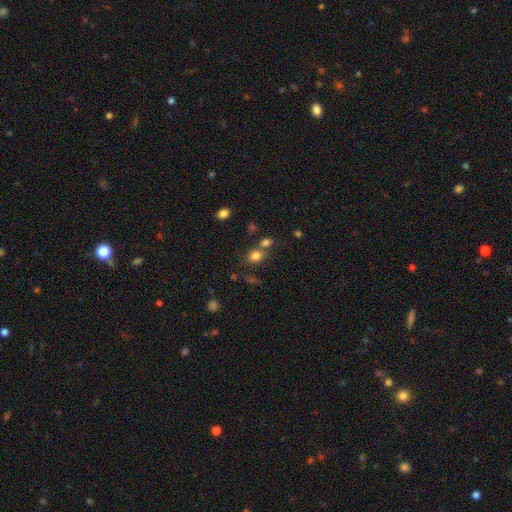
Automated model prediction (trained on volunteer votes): Smooth or featured: smooth — 79% (star or artifact — 13%)
How rounded: round — 60% (in between — 39%)
Merging: none — 59% (merger — 24%)